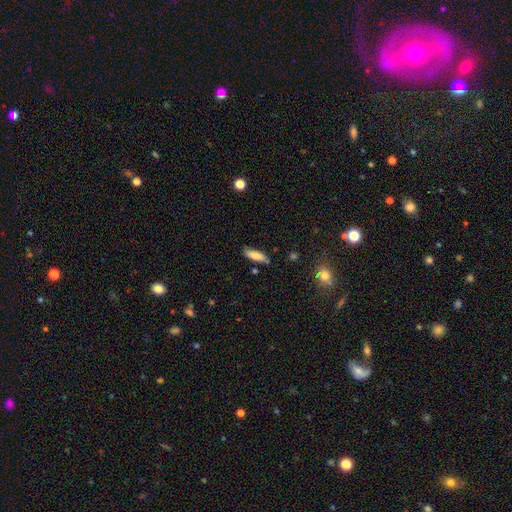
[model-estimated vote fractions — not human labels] A smooth galaxy with no disk features (80%) that is cigar-shaped (52%). Merging: none (79%).